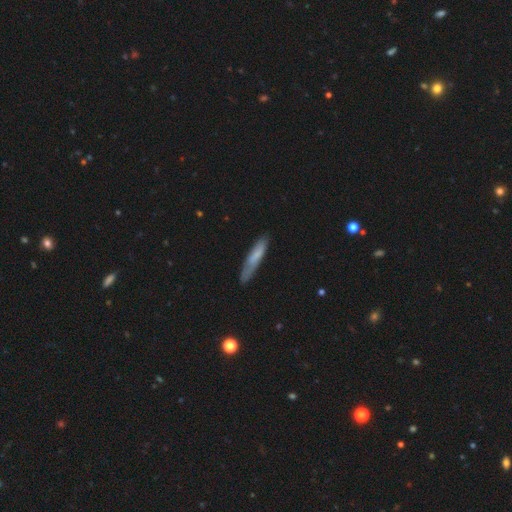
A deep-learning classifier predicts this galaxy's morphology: A smooth galaxy with no disk features (67%) that is cigar-shaped (86%).

Vote fractions:
- Smooth or featured? smooth: 67% / featured or disk: 27% / star or artifact: 6%
- How rounded? cigar-shaped: 86% / in between: 13% / round: 1%
- Merging? none: 71% / minor disturbance: 22% / major disturbance: 5% / merger: 2%